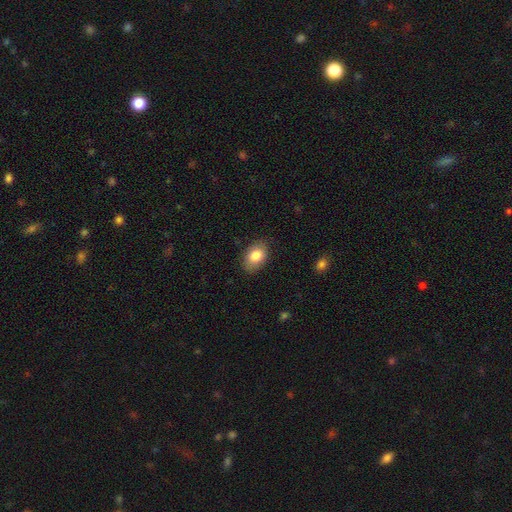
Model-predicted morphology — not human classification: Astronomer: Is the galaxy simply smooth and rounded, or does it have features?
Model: smooth — 82%.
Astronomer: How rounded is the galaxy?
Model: in between — 85%.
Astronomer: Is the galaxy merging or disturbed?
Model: none — 84%.